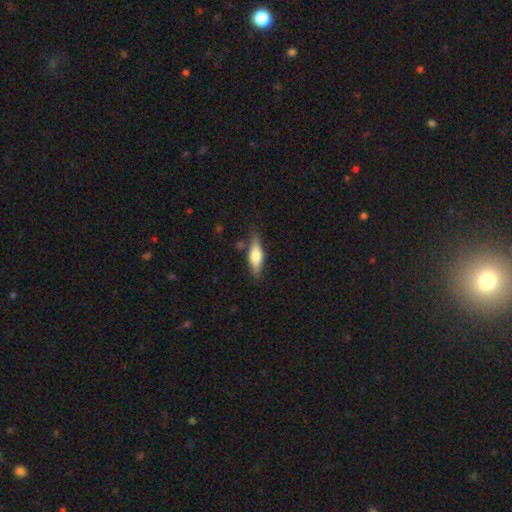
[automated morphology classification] A smooth galaxy with no disk features (53%) that is cigar-shaped (52%). Merging: none (78%).